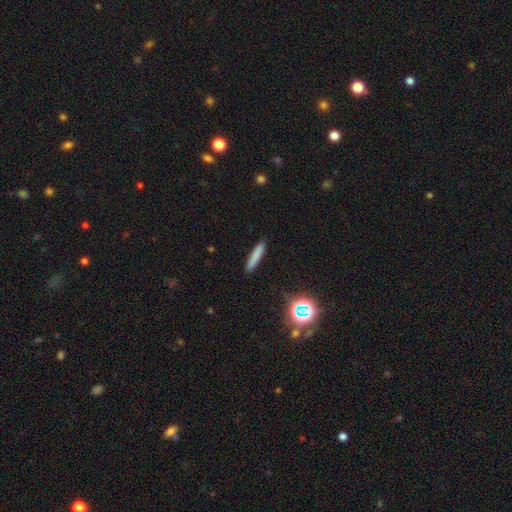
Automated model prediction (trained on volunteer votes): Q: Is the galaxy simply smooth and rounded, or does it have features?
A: smooth — 77%.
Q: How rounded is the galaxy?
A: cigar-shaped — 92%.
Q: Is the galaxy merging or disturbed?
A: none — 90%.